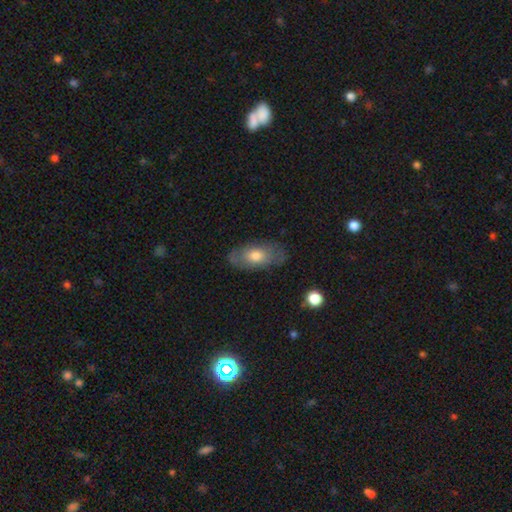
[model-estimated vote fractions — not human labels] Smooth or featured? Predicted: smooth (p=0.62). How rounded? Predicted: in between (p=0.90). Merging? Predicted: none (p=0.74).